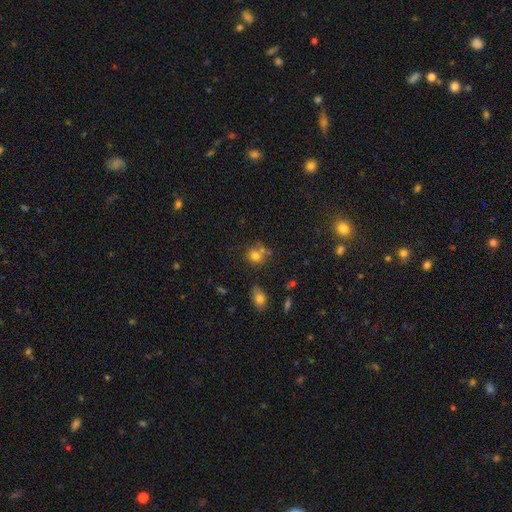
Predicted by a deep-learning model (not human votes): The model was most divided on "merging": none: 54%, merger: 23%, minor disturbance: 17%, major disturbance: 7%. More confident: smooth or featured — smooth (75%); how rounded — round (71%).